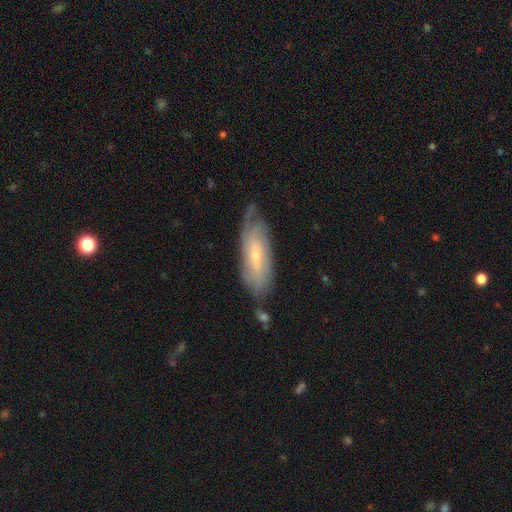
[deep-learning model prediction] A featured or disk galaxy (61%).

Vote fractions:
- Smooth or featured? featured or disk: 61% / smooth: 33% / star or artifact: 6%
- Edge-on disk? no: 81% / yes: 19%
- Merging? none: 65% / minor disturbance: 24% / major disturbance: 8% / merger: 3%